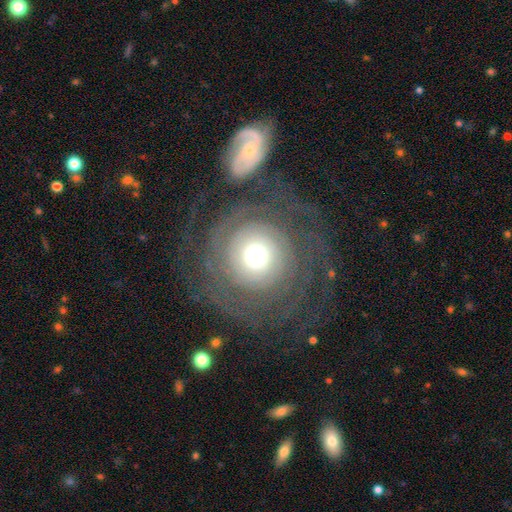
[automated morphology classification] Smooth or featured: featured or disk — 72% (smooth — 19%)
Edge-on disk: no — 97% (yes — 3%)
Bar: no — 86% (weak — 10%)
Spiral arms: yes — 85% (no — 15%)
Spiral winding: tight — 67% (medium — 21%)
Spiral arm count: 2 — 34% (can't tell — 28%)
Bulge size: moderate — 51% (large — 30%)
Merging: none — 72% (major disturbance — 15%)